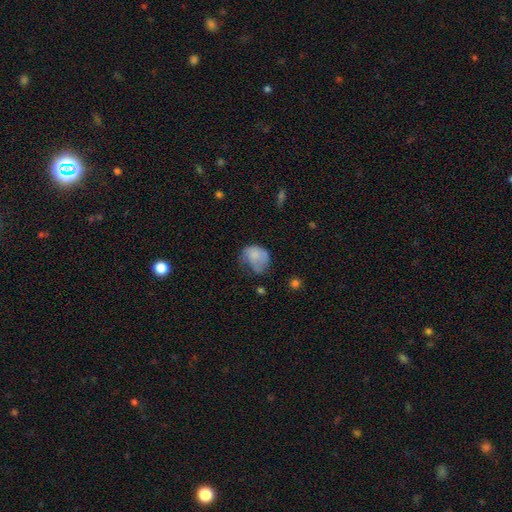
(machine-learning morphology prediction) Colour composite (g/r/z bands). It shows a smooth galaxy with no disk features (72%) that is in between round and cigar-shaped (51%). Merging: minor disturbance (37%).